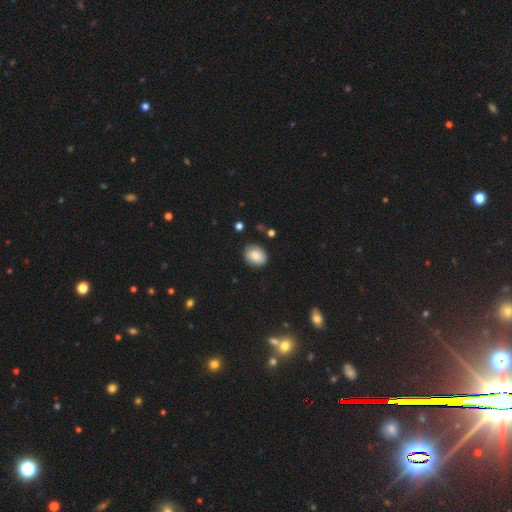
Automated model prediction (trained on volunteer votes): smooth 84%, featured or disk 9%, star or artifact 8%. Down the decision tree: how rounded — in between (59%); merging — none (84%).